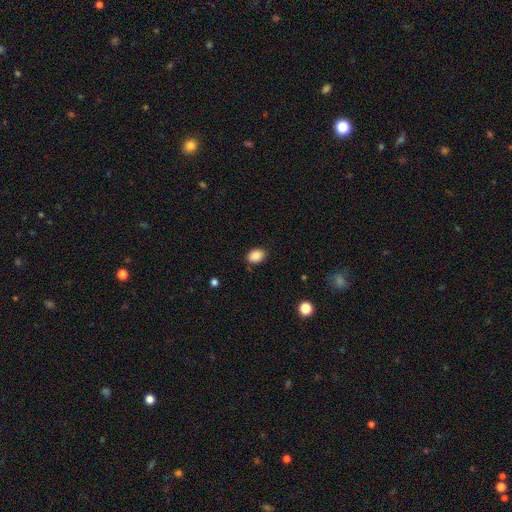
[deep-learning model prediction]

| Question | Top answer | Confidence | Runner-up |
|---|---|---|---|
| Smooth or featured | smooth | 88% | star or artifact (9%) |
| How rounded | in between | 67% | round (32%) |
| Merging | none | 80% | minor disturbance (15%) |